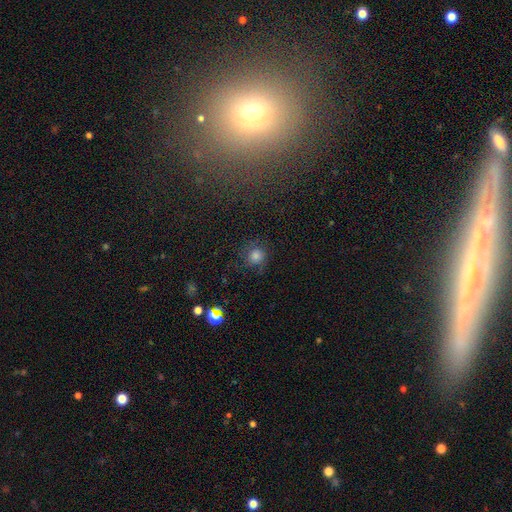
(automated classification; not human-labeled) This appears to be a smooth galaxy with no disk features (73%) that is round (90%). Merging: none (71%).